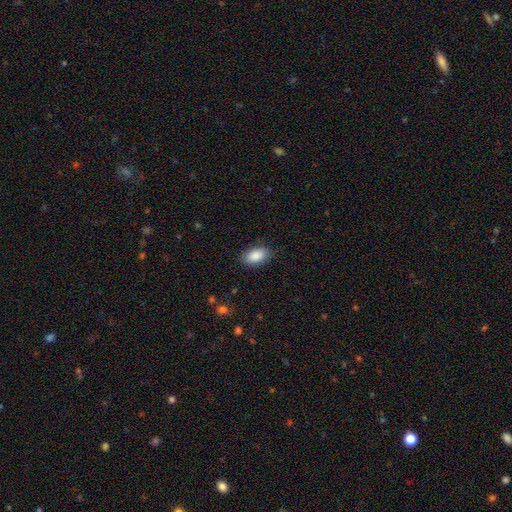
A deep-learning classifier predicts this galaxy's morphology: Smooth or featured: smooth — 89% (star or artifact — 6%)
How rounded: in between — 94% (round — 4%)
Merging: none — 87% (minor disturbance — 10%)